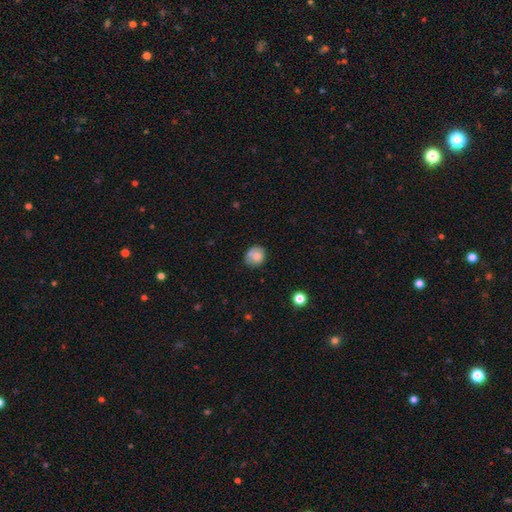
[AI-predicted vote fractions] Q: Smooth or featured?
A: smooth (72%); runner-up: featured or disk (19%)
Q: How rounded?
A: round (73%); runner-up: in between (26%)
Q: Merging?
A: none (52%); runner-up: minor disturbance (24%)